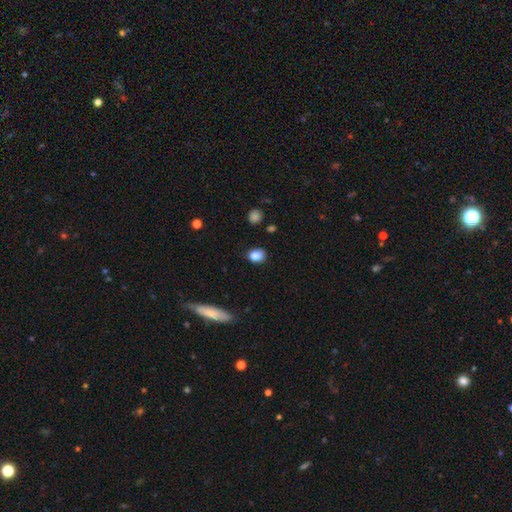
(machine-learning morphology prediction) smooth 86%, star or artifact 10%, featured or disk 5%. Down the decision tree: how rounded — round (49%, tied with in between); merging — none (85%).